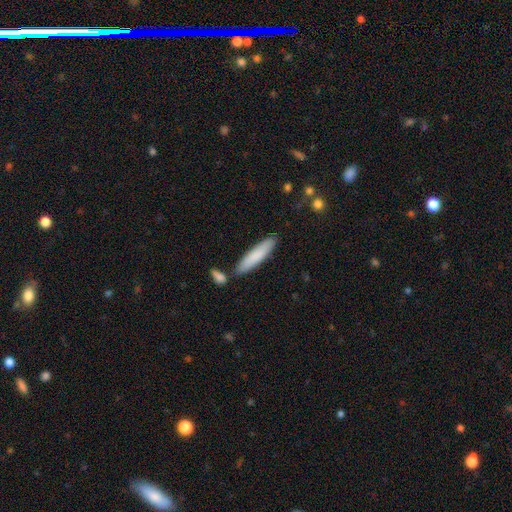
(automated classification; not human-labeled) smooth 81%, featured or disk 13%, star or artifact 5%. Down the decision tree: how rounded — cigar-shaped (83%); merging — none (82%).